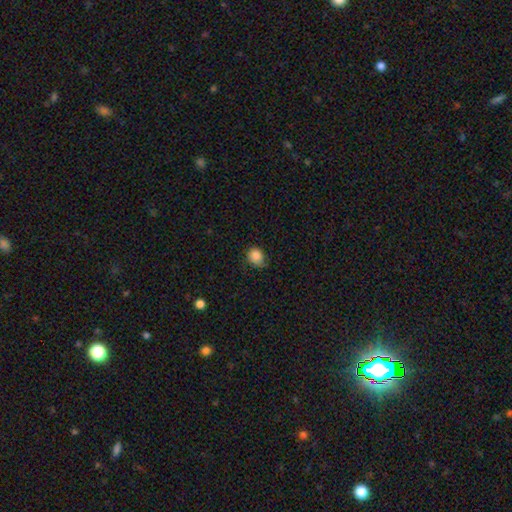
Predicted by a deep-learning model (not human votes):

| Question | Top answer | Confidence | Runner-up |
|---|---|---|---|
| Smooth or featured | smooth | 86% | star or artifact (10%) |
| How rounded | round | 64% | in between (35%) |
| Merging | none | 66% | minor disturbance (28%) |